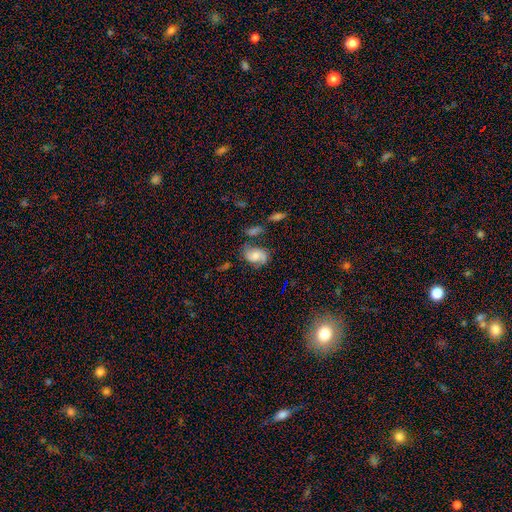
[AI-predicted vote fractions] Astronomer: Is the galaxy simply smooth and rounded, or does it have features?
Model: featured or disk — 58% (runner-up: smooth, 33%).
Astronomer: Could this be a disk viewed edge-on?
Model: no — 97%.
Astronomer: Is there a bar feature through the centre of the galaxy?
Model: no — 62%.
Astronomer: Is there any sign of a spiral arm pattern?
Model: yes — 89%.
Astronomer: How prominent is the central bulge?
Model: moderate — 48% (runner-up: small, 26%).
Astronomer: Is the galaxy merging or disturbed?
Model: none — 57%.